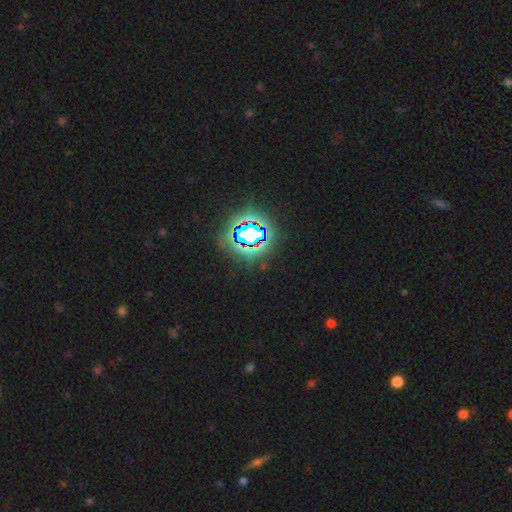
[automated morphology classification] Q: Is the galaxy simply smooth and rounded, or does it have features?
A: star or artifact — 82%.